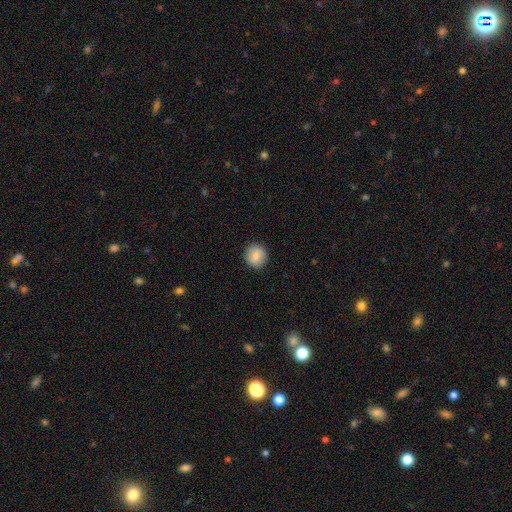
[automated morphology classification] This is clearly a smooth galaxy (84%). How rounded: clearly round (89%). Merging: clearly none (91%).